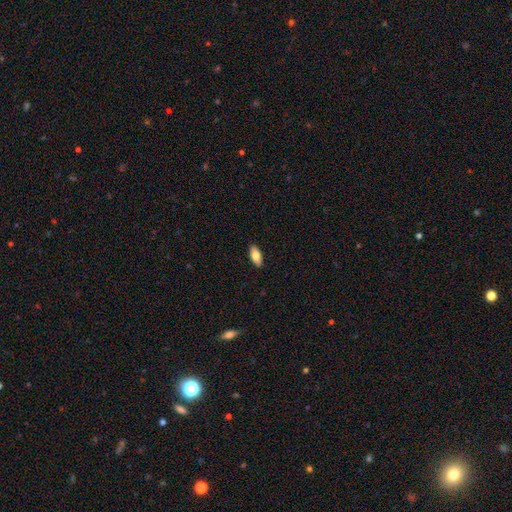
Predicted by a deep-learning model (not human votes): Q: Smooth or featured?
A: smooth (77%); runner-up: featured or disk (16%)
Q: How rounded?
A: in between (86%); runner-up: cigar-shaped (12%)
Q: Merging?
A: none (90%); runner-up: minor disturbance (7%)